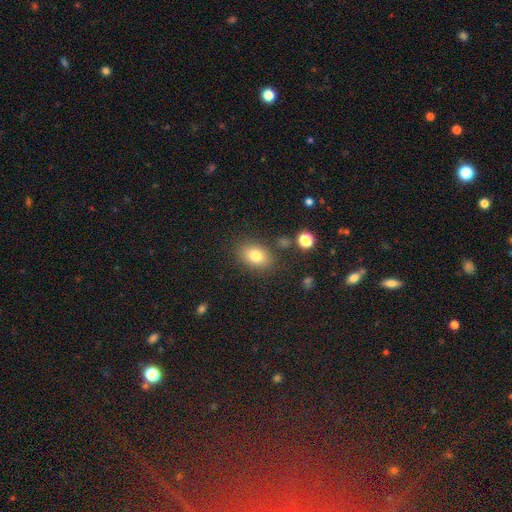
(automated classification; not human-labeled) Smooth or featured: smooth — 79% (star or artifact — 11%)
How rounded: in between — 76% (round — 23%)
Merging: none — 82% (minor disturbance — 11%)